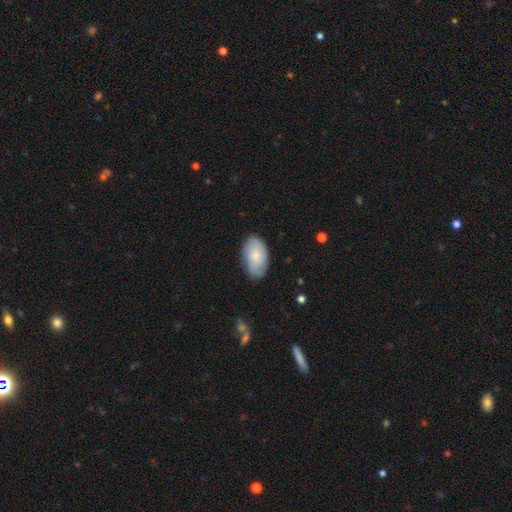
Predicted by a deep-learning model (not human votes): Morphology: type=smooth (68%); roundness=in between (93%); merging=none (74%).